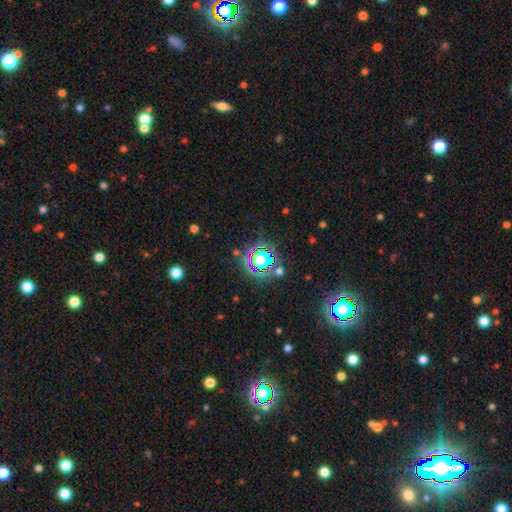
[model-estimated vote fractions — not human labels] smooth-or-featured: star or artifact: 60% | smooth: 28% | featured or disk: 12%